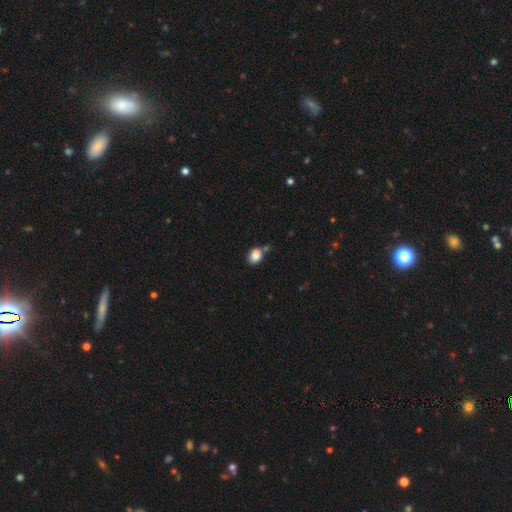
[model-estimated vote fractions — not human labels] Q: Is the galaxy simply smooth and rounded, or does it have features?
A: smooth — 85%.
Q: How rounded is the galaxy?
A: in between — 53%.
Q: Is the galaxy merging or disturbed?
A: none — 60%.